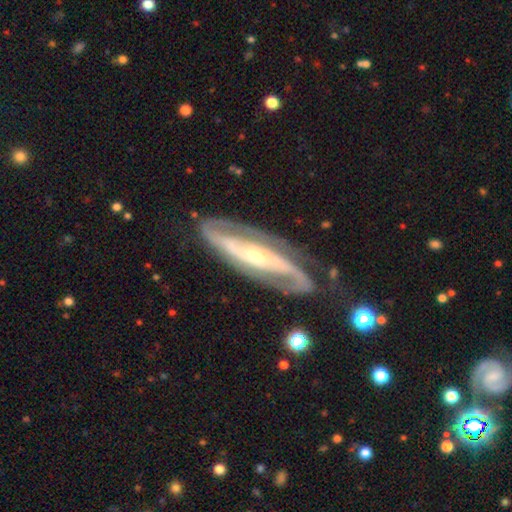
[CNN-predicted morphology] This is clearly a featured or disk galaxy (90%). It is clearly not viewed edge-on (89%). Bar: possibly strong (48%). Spiral arm pattern: clearly yes (96%). Spiral arm count: clearly 2 (89%). Spiral winding: possibly medium (46%). Central bulge: likely small (63%). Merging: likely none (79%).